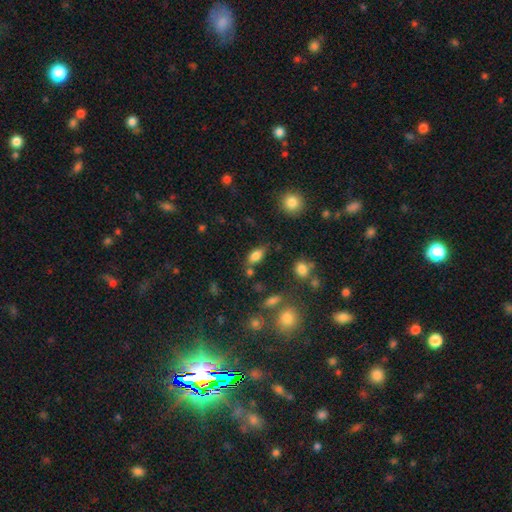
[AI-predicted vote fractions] Smooth or featured? Predicted: smooth (p=0.77). How rounded? Predicted: in between (p=0.84). Merging? Predicted: none (p=0.66).